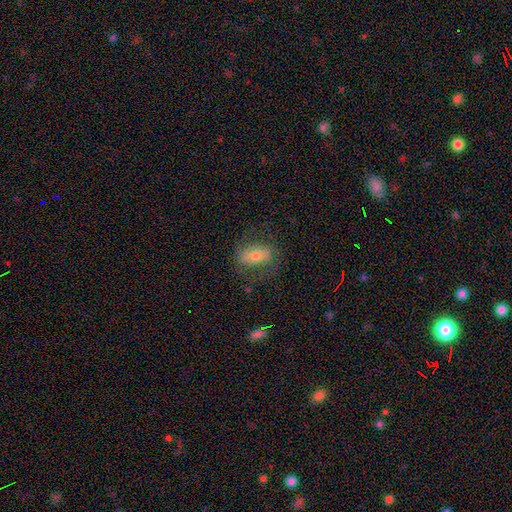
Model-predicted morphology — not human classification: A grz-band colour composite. It shows a smooth galaxy with no disk features (49%). Merging: none (69%).